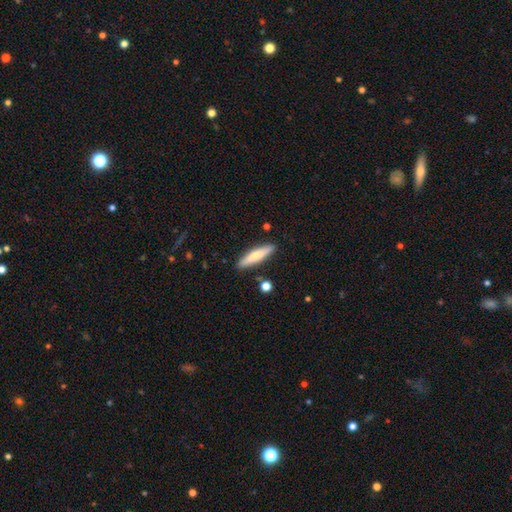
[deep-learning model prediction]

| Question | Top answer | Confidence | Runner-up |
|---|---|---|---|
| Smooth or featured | smooth | 71% | featured or disk (23%) |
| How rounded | cigar-shaped | 83% | in between (15%) |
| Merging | none | 87% | minor disturbance (9%) |